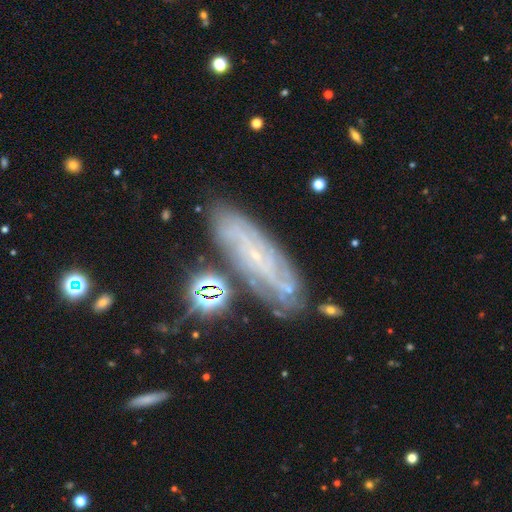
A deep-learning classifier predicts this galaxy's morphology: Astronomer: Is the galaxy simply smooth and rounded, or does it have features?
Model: featured or disk — 77%.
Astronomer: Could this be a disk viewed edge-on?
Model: no — 81%.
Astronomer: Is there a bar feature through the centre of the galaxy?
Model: no — 62%.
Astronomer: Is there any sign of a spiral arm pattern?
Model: yes — 91%.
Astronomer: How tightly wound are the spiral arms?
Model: tight — 62%.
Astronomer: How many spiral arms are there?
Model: can't tell — 47%.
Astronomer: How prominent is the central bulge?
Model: small — 87%.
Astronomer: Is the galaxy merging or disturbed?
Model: none — 74%.